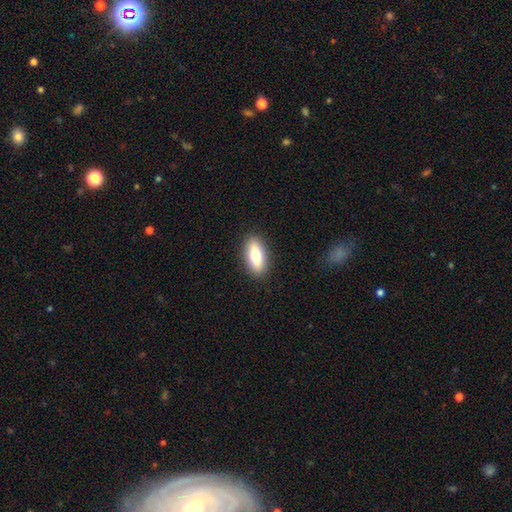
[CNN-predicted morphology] This is likely a smooth galaxy (73%). How rounded: likely in between (76%). Merging: clearly none (89%).